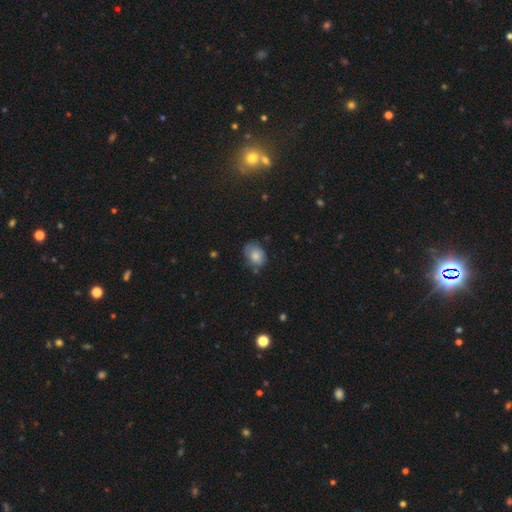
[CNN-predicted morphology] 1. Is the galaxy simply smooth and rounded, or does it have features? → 74% smooth, 18% featured or disk, 9% star or artifact.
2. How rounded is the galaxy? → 70% in between, 29% round, 1% cigar-shaped.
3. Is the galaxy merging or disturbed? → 61% none, 29% minor disturbance, 7% major disturbance, 2% merger.